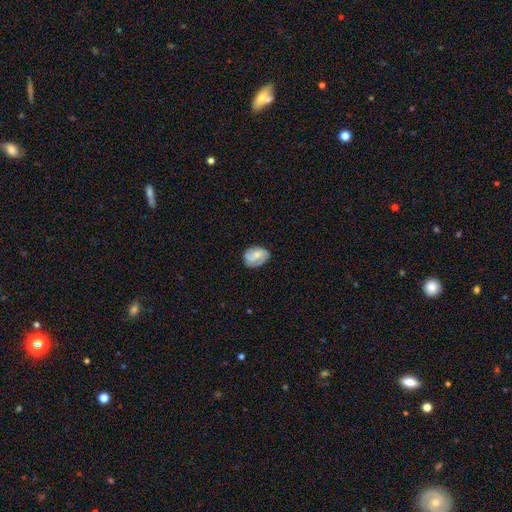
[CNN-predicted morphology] A featured or disk galaxy (49%). Merging: none (71%).